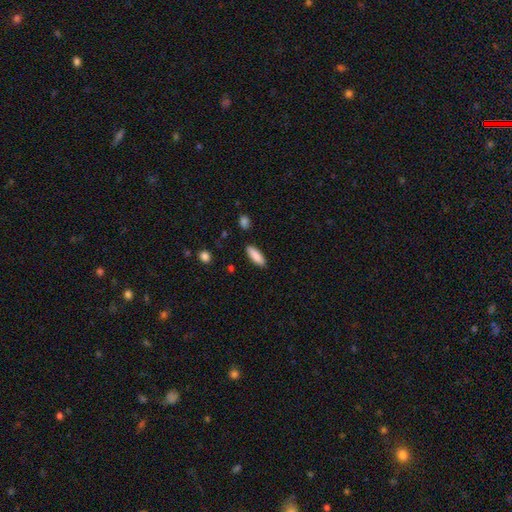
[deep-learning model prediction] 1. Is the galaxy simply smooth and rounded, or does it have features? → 88% smooth, 6% featured or disk, 6% star or artifact.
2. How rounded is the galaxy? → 63% in between, 35% cigar-shaped, 2% round.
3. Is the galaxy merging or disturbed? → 87% none, 9% minor disturbance, 2% major disturbance, 2% merger.